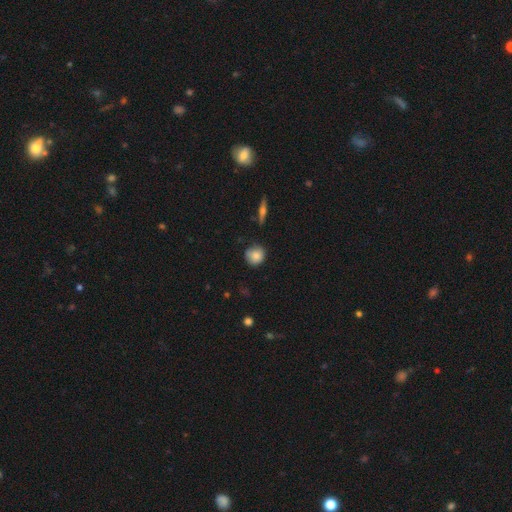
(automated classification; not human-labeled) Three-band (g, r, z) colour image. It shows a smooth galaxy with no disk features (83%) that is round (84%). Merging: none (71%).